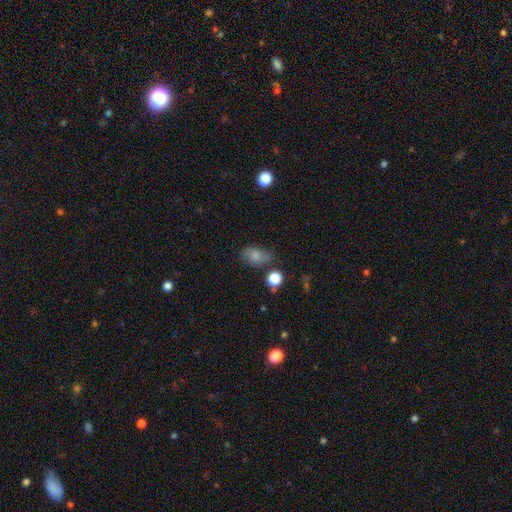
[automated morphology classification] This is likely a smooth galaxy (69%). How rounded: likely in between (74%). Merging: possibly none (51%).